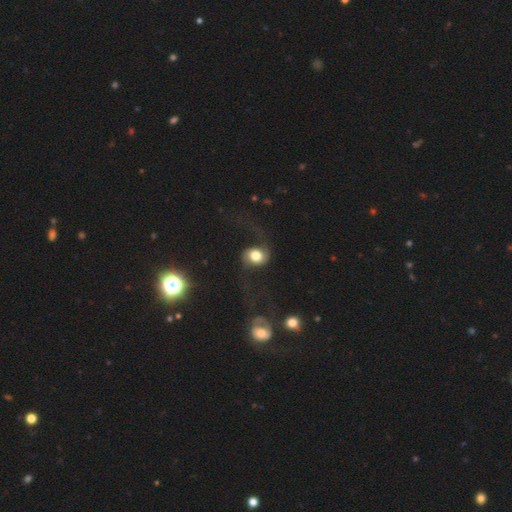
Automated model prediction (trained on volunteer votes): A featured or disk galaxy (57%) with no bar (65%), spiral arms (88%) and a large central bulge (44%).

Vote fractions:
- Smooth or featured? featured or disk: 57% / smooth: 35% / star or artifact: 9%
- Edge-on disk? no: 96% / yes: 4%
- Bar? no: 65% / weak: 26% / strong: 9%
- Spiral arms? yes: 88% / no: 12%
- Bulge size? large: 44% / moderate: 35% / dominant: 16% / small: 4% / none: 2%
- Merging? none: 57% / major disturbance: 25% / minor disturbance: 15% / merger: 3%